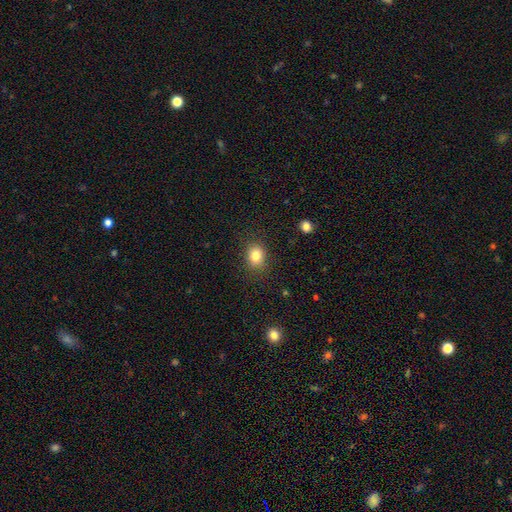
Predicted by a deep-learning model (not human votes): smooth 82%, star or artifact 11%, featured or disk 7%. Down the decision tree: how rounded — in between (50%); merging — none (86%).